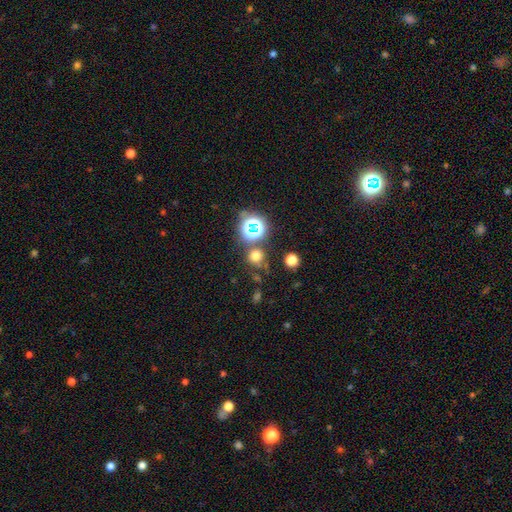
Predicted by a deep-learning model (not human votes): The model was most divided on "smooth or featured": smooth: 61%, star or artifact: 31%, featured or disk: 8%. More confident: how rounded — round (89%); merging — none (72%).